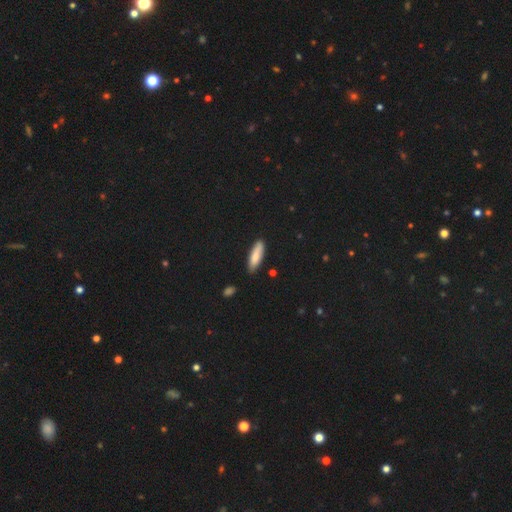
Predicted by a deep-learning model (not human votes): Smooth or featured? smooth (80%)
How rounded? cigar-shaped (56%)
Merging? none (81%)